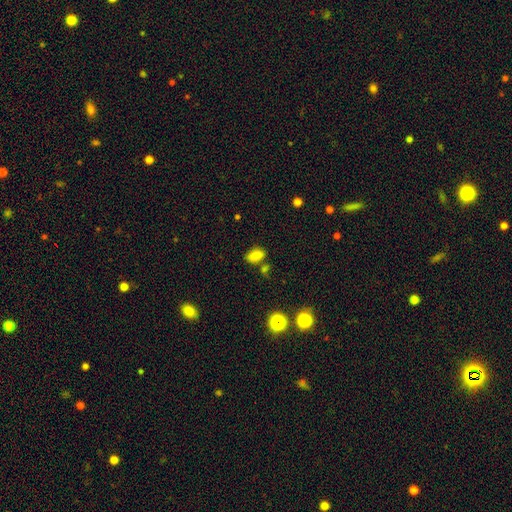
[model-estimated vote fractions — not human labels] smooth_or_featured: smooth (p=0.80) [alt: star or artifact p=0.14]
how_rounded: in between (p=0.87) [alt: round p=0.09]
merging: none (p=0.66) [alt: minor disturbance p=0.15]